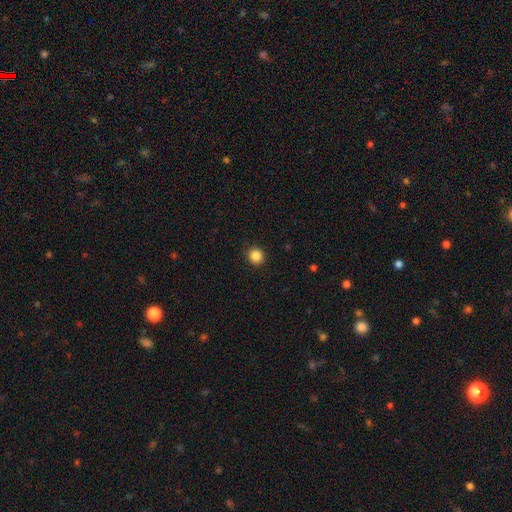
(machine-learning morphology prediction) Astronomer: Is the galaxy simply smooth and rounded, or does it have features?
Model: smooth — 86%.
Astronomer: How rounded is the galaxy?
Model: round — 92%.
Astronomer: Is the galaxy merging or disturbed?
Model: none — 92%.